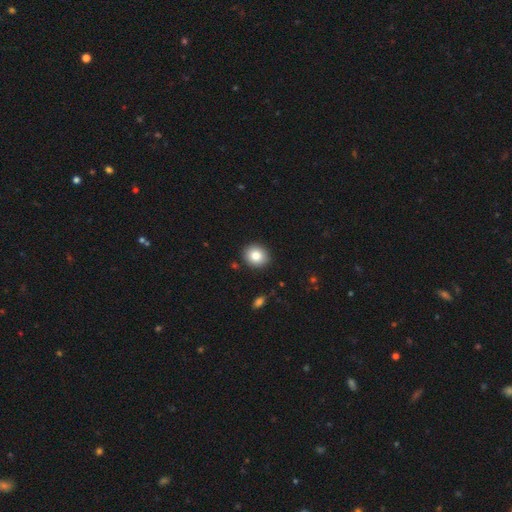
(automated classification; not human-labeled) The model was most divided on "how rounded": round: 73%, in between: 26%, cigar-shaped: 1%. More confident: merging — none (90%); smooth or featured — smooth (83%).